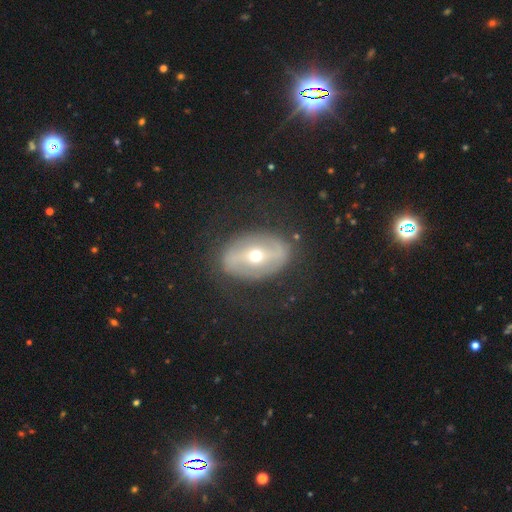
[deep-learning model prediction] Q: Smooth or featured?
A: featured or disk (68%); runner-up: smooth (25%)
Q: Edge-on disk?
A: no (91%); runner-up: yes (9%)
Q: Bar?
A: strong (50%); runner-up: weak (26%)
Q: Spiral arms?
A: no (62%); runner-up: yes (38%)
Q: Bulge size?
A: moderate (64%); runner-up: small (30%)
Q: Merging?
A: none (80%); runner-up: minor disturbance (12%)